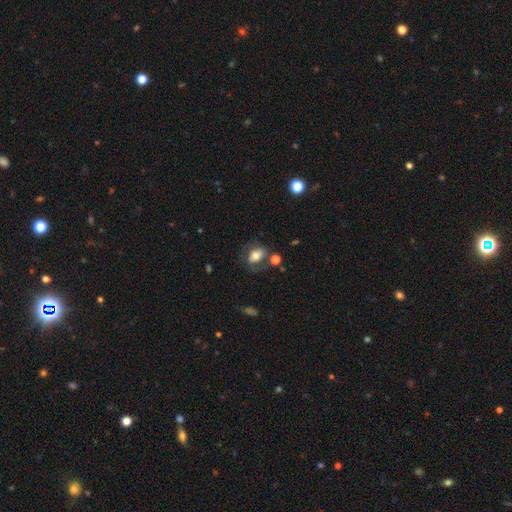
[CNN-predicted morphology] The model was most divided on "smooth or featured": smooth: 59%, featured or disk: 32%, star or artifact: 9%. More confident: how rounded — in between (76%); merging — none (57%).